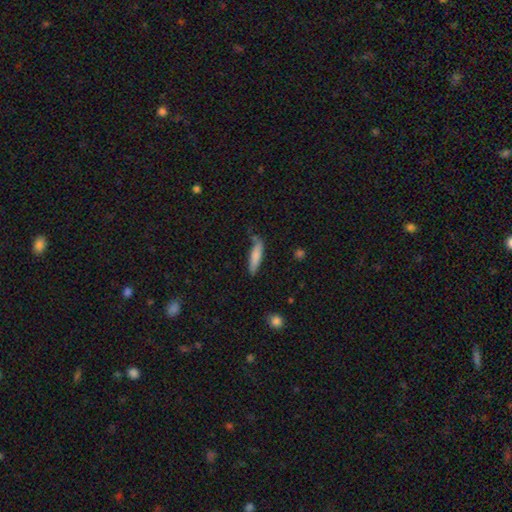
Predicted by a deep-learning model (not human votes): Smooth or featured: smooth — 80% (featured or disk — 14%)
How rounded: cigar-shaped — 77% (in between — 22%)
Merging: none — 73% (minor disturbance — 18%)